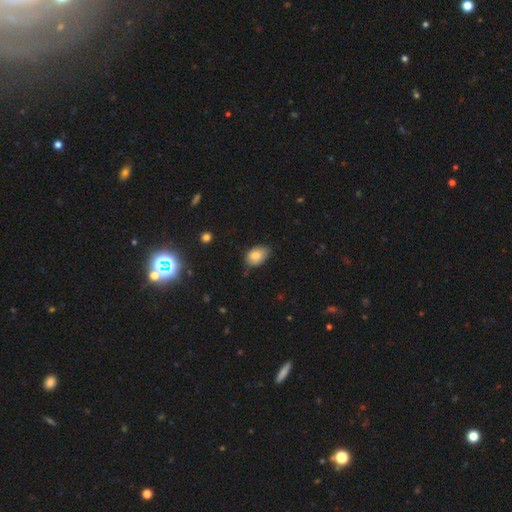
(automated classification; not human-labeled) A smooth galaxy with no disk features (81%) that is in between round and cigar-shaped (86%). Merging: none (59%).